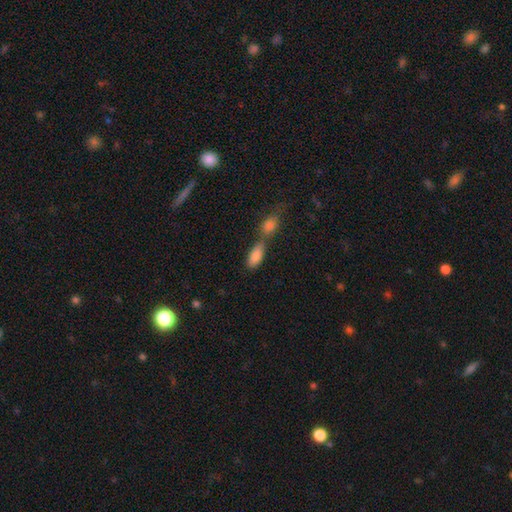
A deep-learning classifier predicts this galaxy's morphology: Smooth or featured: smooth — 84% (star or artifact — 8%)
How rounded: in between — 82% (cigar-shaped — 14%)
Merging: merger — 53% (none — 33%)